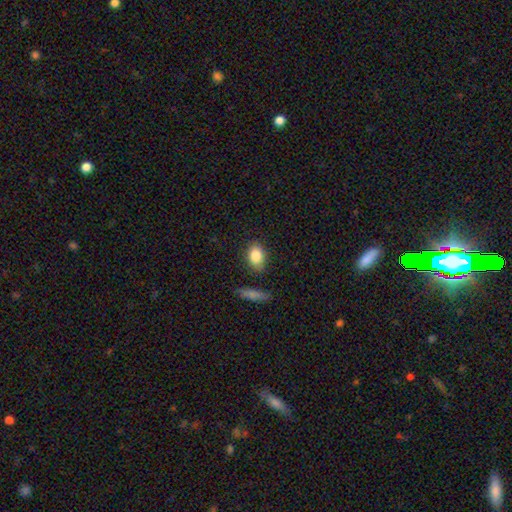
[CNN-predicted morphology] smooth 85%, featured or disk 8%, star or artifact 7%. Down the decision tree: how rounded — in between (78%); merging — none (81%).